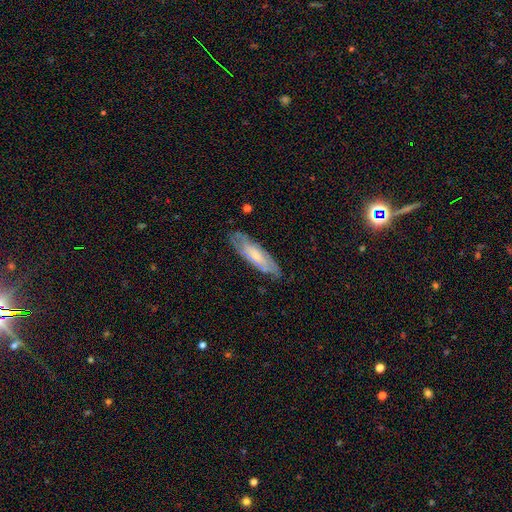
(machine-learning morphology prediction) A featured or disk galaxy (56%). Merging: none (77%).